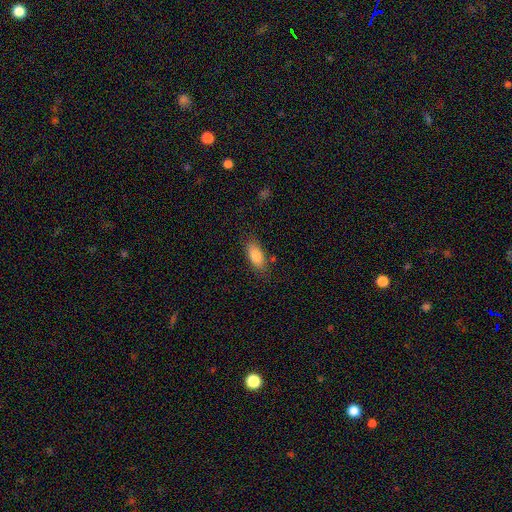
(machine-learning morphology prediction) This is clearly a smooth galaxy (85%). How rounded: clearly in between (86%). Merging: likely none (79%).